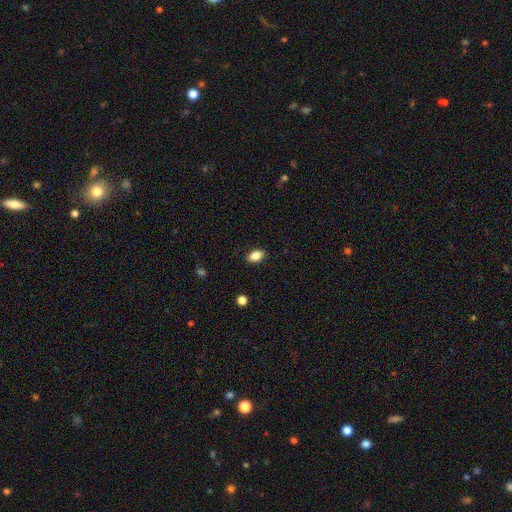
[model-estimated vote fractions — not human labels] The model was most divided on "smooth or featured": smooth: 87%, star or artifact: 9%, featured or disk: 5%. More confident: how rounded — in between (88%); merging — none (88%).